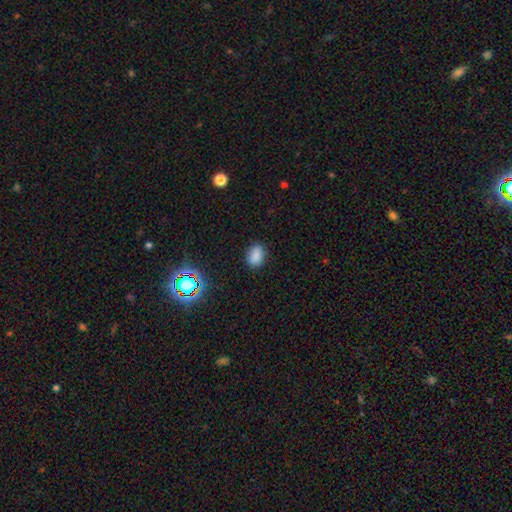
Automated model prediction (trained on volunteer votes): A smooth galaxy with no disk features (82%) that is in between round and cigar-shaped (80%).

Vote fractions:
- Smooth or featured? smooth: 82% / star or artifact: 13% / featured or disk: 4%
- How rounded? in between: 80% / round: 19% / cigar-shaped: 1%
- Merging? none: 85% / minor disturbance: 11% / major disturbance: 3% / merger: 1%